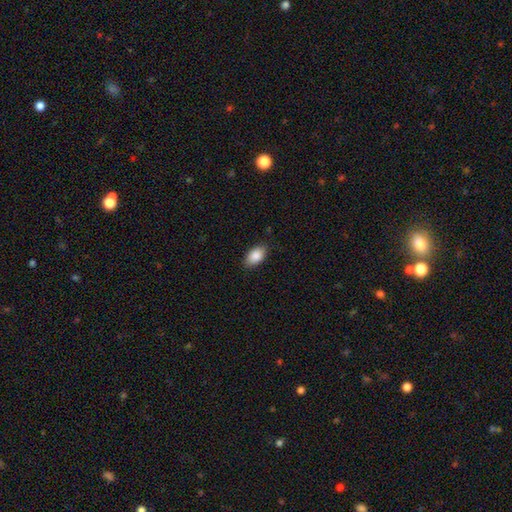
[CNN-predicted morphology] Smooth or featured?
  - smooth: 88% *
  - star or artifact: 7%
  - featured or disk: 5%
How rounded?
  - in between: 92% *
  - round: 6%
  - cigar-shaped: 2%
Merging?
  - none: 84% *
  - minor disturbance: 12%
  - major disturbance: 2%
  - merger: 1%